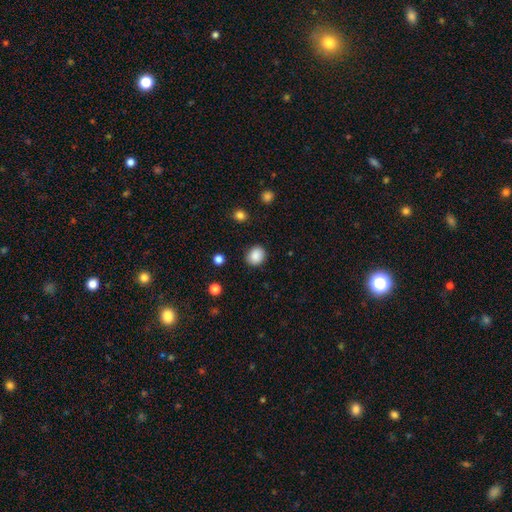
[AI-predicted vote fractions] smooth 88%, star or artifact 9%, featured or disk 3%. Down the decision tree: how rounded — round (73%); merging — none (87%).